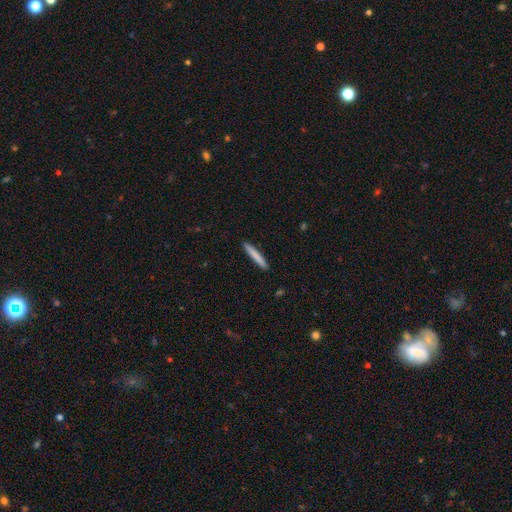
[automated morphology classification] smooth-or-featured: smooth: 81% | featured or disk: 14% | star or artifact: 5%
  how-rounded: cigar-shaped: 96% | in between: 3% | round: 1%
  merging: none: 92% | minor disturbance: 6% | major disturbance: 1% | merger: 1%